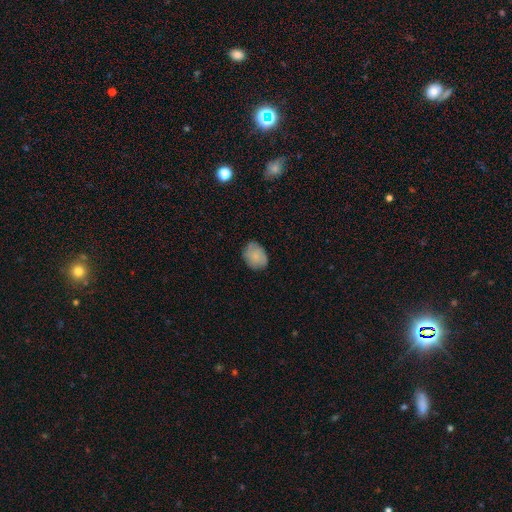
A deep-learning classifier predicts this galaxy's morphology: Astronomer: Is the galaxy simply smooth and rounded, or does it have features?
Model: smooth — 78%.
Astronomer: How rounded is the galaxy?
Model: in between — 61% (runner-up: round, 38%).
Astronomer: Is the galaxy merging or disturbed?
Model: none — 70%.